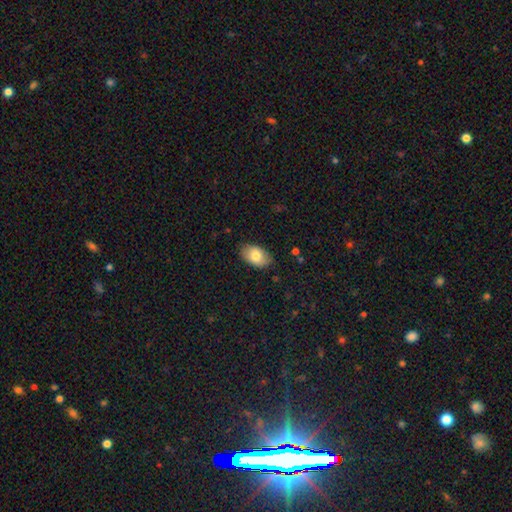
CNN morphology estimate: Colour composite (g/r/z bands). It shows a smooth galaxy with no disk features (80%) that is in between round and cigar-shaped (92%). Merging: none (84%).